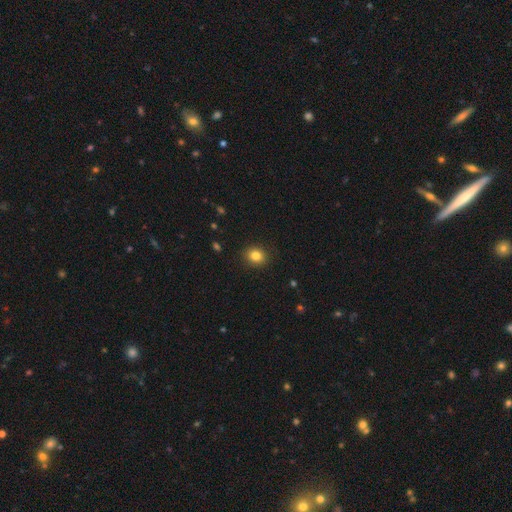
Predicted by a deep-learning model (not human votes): The model was most divided on "how rounded": round: 68%, in between: 31%, cigar-shaped: 1%. More confident: merging — none (90%); smooth or featured — smooth (83%).